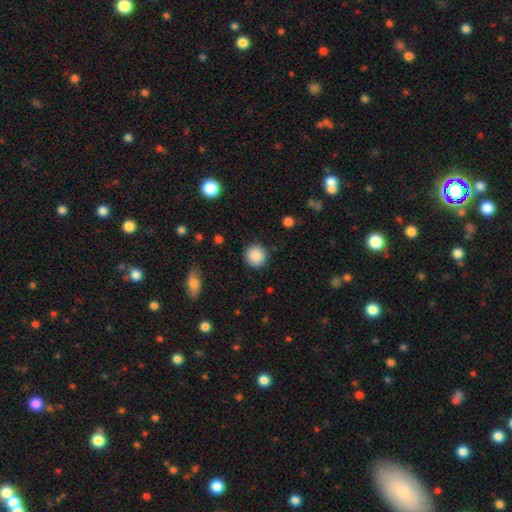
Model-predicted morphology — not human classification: smooth 88%, star or artifact 8%, featured or disk 3%. Down the decision tree: how rounded — round (94%); merging — none (90%).